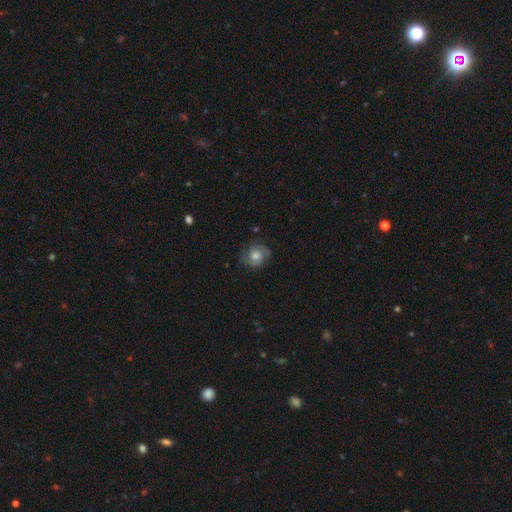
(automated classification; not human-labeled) featured or disk 63%, smooth 28%, star or artifact 9%. Down the decision tree: edge-on disk — no (97%); bar — no (72%); spiral arms — yes (91%); spiral arm count — 2 (69%); spiral winding — medium (43%); bulge size — moderate (54%); merging — none (74%).